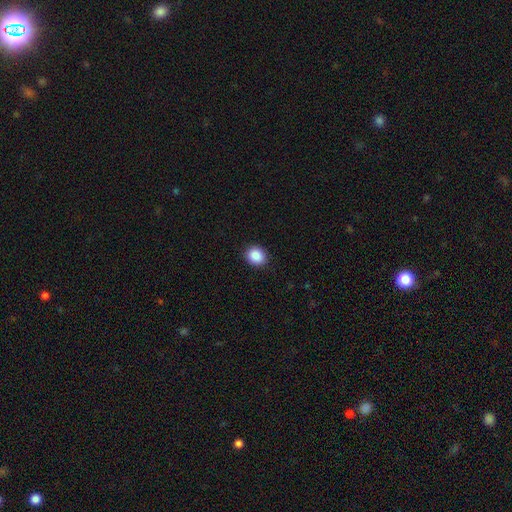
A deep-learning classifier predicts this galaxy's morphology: smooth 88%, star or artifact 8%, featured or disk 3%. Down the decision tree: how rounded — round (68%); merging — none (91%).